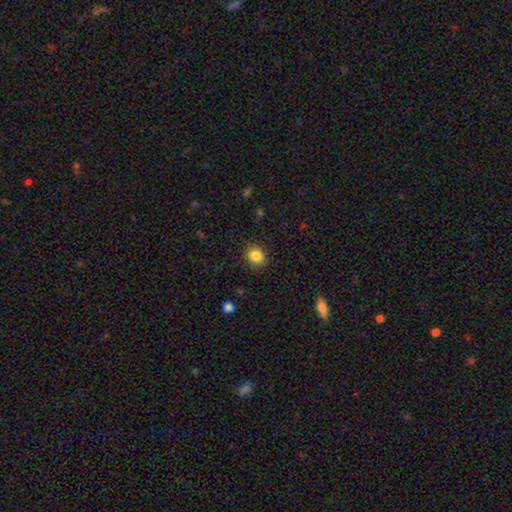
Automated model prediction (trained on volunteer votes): Q: Smooth or featured?
A: smooth (85%); runner-up: star or artifact (10%)
Q: How rounded?
A: round (69%); runner-up: in between (30%)
Q: Merging?
A: none (88%); runner-up: minor disturbance (8%)